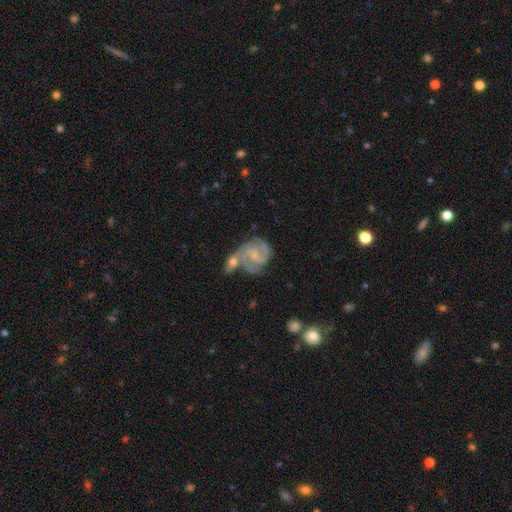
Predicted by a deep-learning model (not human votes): The model was most divided on "merging" (2-way tie): none: 38%, merger: 38%, minor disturbance: 15%, major disturbance: 8%. Remaining: edge-on disk — no (98%); spiral arms — yes (96%); smooth or featured — featured or disk (83%); bulge size — small (63%); bar — no (54%); spiral winding — tight (47%); spiral arm count — 2 (45%).